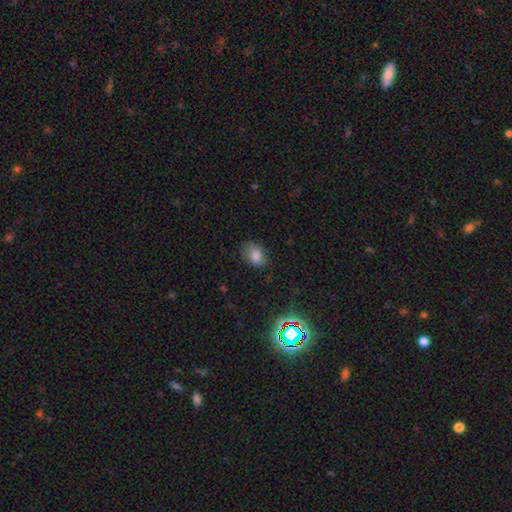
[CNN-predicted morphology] Smooth or featured?
  - smooth: 81% *
  - star or artifact: 12%
  - featured or disk: 8%
How rounded?
  - in between: 72% *
  - round: 27%
  - cigar-shaped: 1%
Merging?
  - none: 69% *
  - minor disturbance: 24%
  - major disturbance: 6%
  - merger: 2%